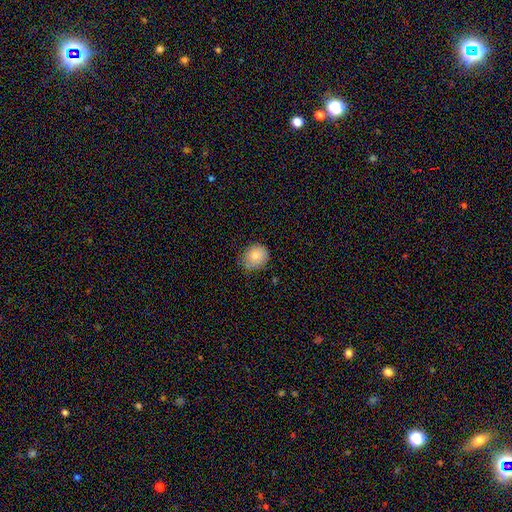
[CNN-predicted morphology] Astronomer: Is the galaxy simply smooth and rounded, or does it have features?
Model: smooth — 82%.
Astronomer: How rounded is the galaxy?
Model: round — 62%.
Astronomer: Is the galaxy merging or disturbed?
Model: none — 69%.